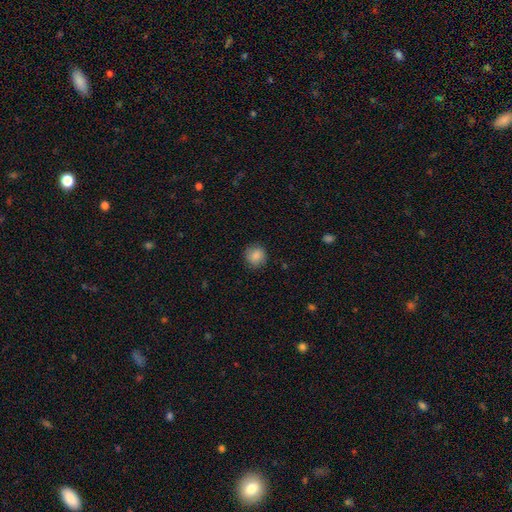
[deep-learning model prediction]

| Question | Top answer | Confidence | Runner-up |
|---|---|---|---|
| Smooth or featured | smooth | 87% | star or artifact (9%) |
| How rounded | round | 88% | in between (11%) |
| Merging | none | 86% | minor disturbance (10%) |